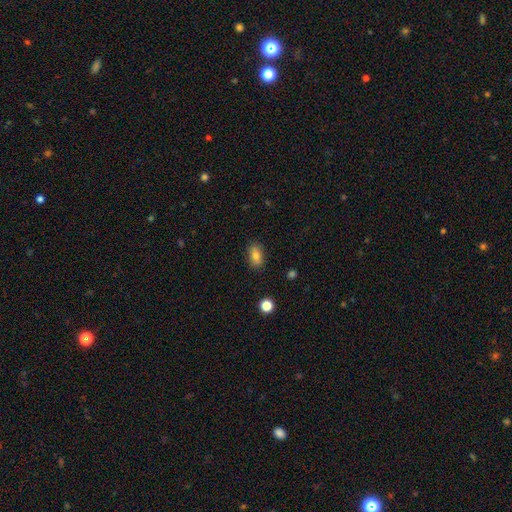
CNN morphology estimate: Smooth or featured? smooth (80%)
How rounded? in between (87%)
Merging? none (86%)